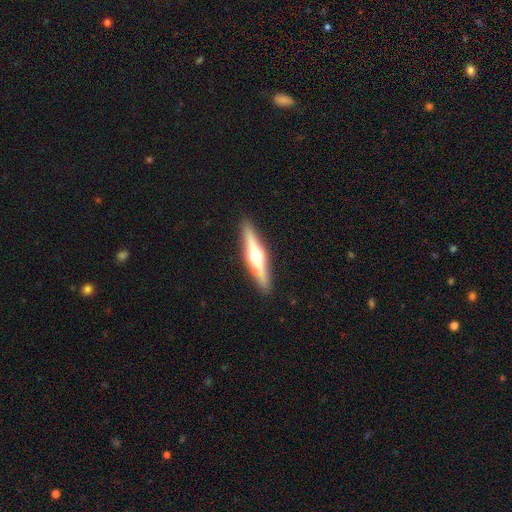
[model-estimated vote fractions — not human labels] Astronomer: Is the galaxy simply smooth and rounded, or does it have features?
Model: featured or disk — 66%.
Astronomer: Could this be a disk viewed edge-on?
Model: yes — 95%.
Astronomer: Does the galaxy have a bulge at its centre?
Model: rounded — 92%.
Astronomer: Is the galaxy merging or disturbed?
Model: none — 88%.